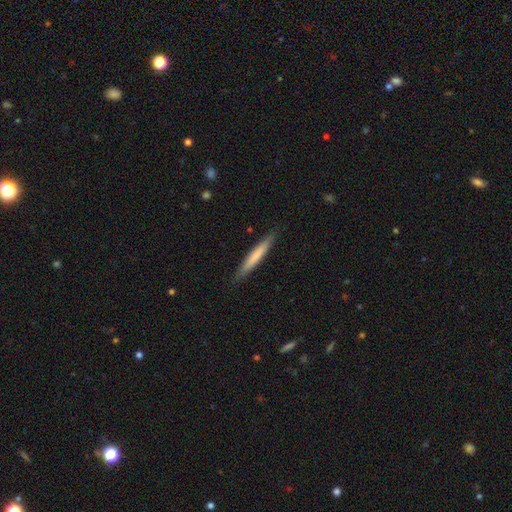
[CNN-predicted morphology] Smooth or featured?
  - smooth: 69% *
  - featured or disk: 26%
  - star or artifact: 5%
How rounded?
  - cigar-shaped: 95% *
  - in between: 4%
  - round: 1%
Merging?
  - none: 89% *
  - minor disturbance: 8%
  - major disturbance: 2%
  - merger: 1%